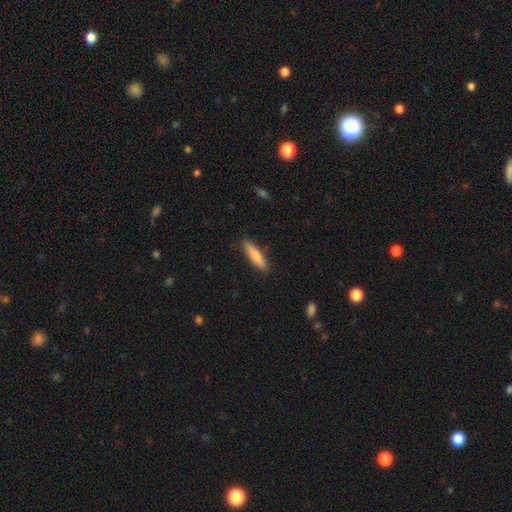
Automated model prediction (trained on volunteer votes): This is likely a smooth galaxy (79%). How rounded: likely cigar-shaped (79%). Merging: clearly none (88%).